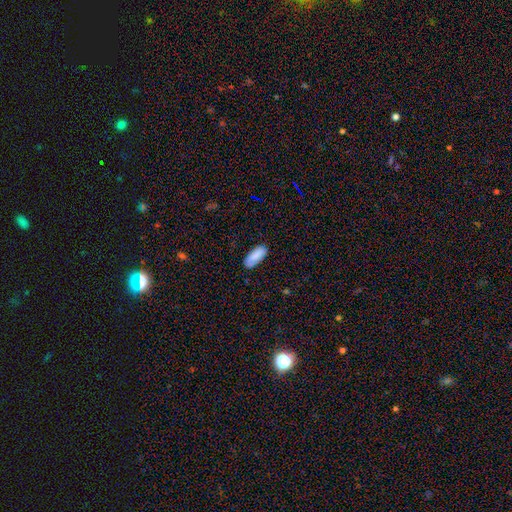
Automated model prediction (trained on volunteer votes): This appears to be a smooth galaxy with no disk features (87%) that is in between round and cigar-shaped (81%). Merging: none (82%).